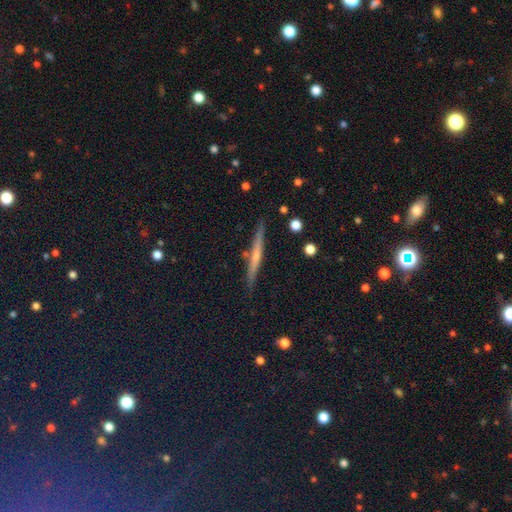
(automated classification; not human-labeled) Overall: featured or disk (57%; smooth 33%). Edge-on disk: yes (97%). Edge-on bulge: none (58%; rounded 34%). Merging: none (89%).